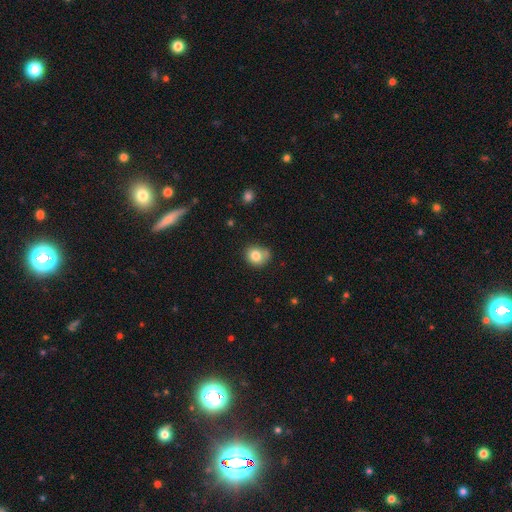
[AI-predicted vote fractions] Morphology: type=smooth (80%); roundness=round (71%); merging=none (59%).